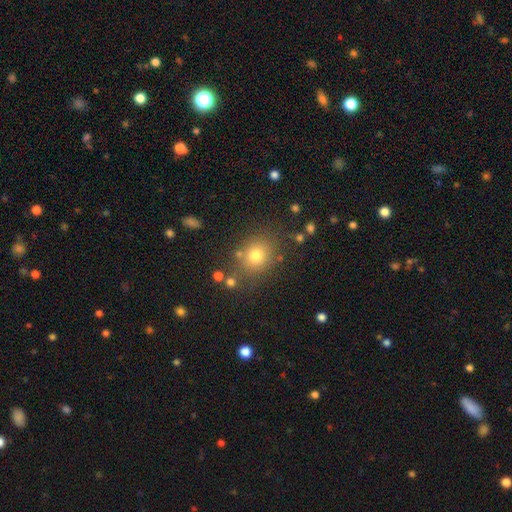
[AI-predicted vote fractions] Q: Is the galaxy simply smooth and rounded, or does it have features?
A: smooth — 75%.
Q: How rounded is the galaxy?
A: round — 72%.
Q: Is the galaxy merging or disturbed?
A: none — 76%.